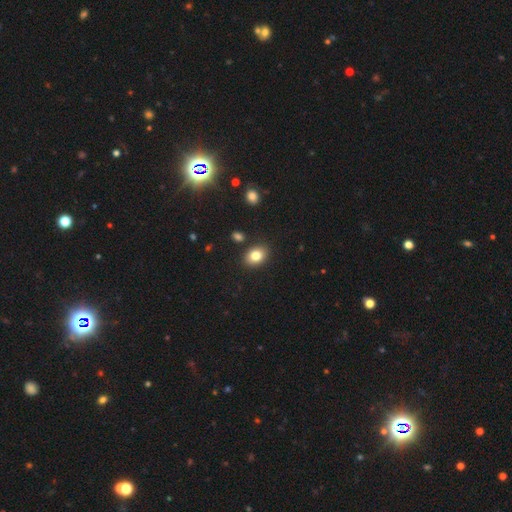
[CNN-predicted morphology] Q: Smooth or featured?
A: smooth (82%); runner-up: star or artifact (9%)
Q: How rounded?
A: in between (70%); runner-up: round (29%)
Q: Merging?
A: none (86%); runner-up: minor disturbance (8%)